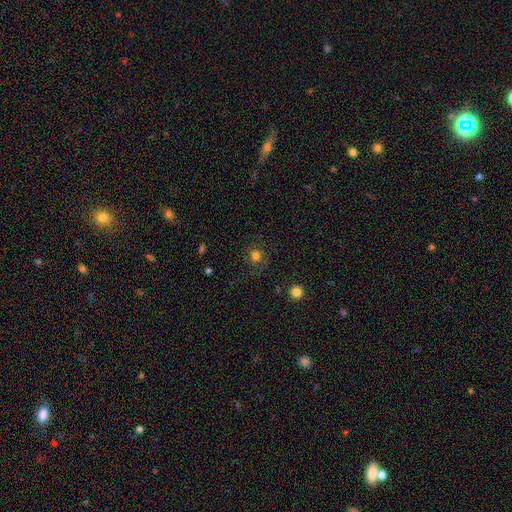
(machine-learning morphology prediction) Overall: smooth (73%). How rounded: round (91%). Merging: none (81%).